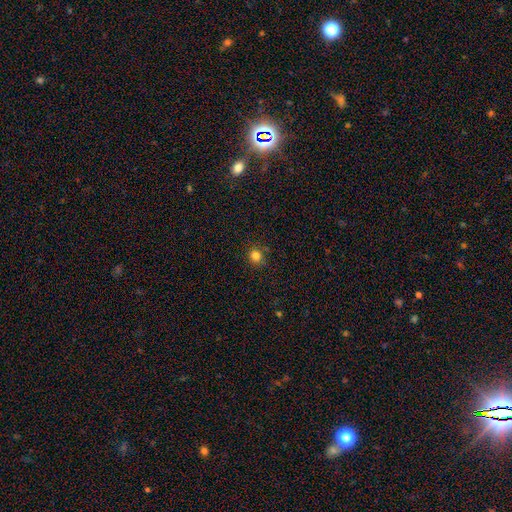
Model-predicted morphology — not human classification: A smooth galaxy with no disk features (82%) that is round (85%).

Vote fractions:
- Smooth or featured? smooth: 82% / star or artifact: 14% / featured or disk: 5%
- How rounded? round: 85% / in between: 14% / cigar-shaped: 1%
- Merging? none: 83% / minor disturbance: 11% / merger: 3% / major disturbance: 3%